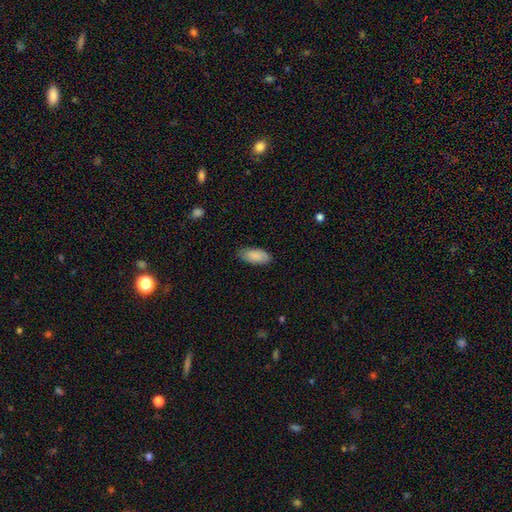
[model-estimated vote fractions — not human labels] A smooth galaxy with no disk features (87%) that is in between round and cigar-shaped (89%). Merging: none (81%).